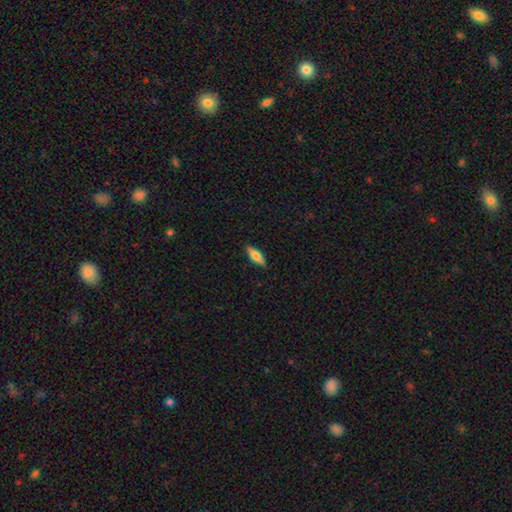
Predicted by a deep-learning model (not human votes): Q: Smooth or featured?
A: smooth (54%); runner-up: featured or disk (39%)
Q: How rounded?
A: cigar-shaped (49%); tied with: in between (49%)
Q: Merging?
A: none (89%); runner-up: minor disturbance (8%)